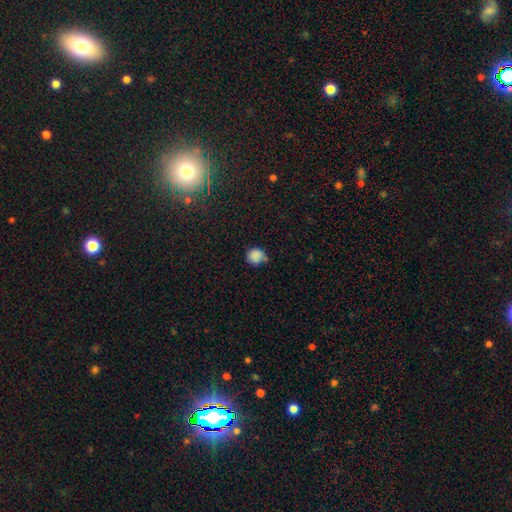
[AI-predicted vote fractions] The model was most divided on "merging": none: 60%, minor disturbance: 27%, merger: 8%, major disturbance: 6%. More confident: how rounded — round (86%); smooth or featured — smooth (85%).